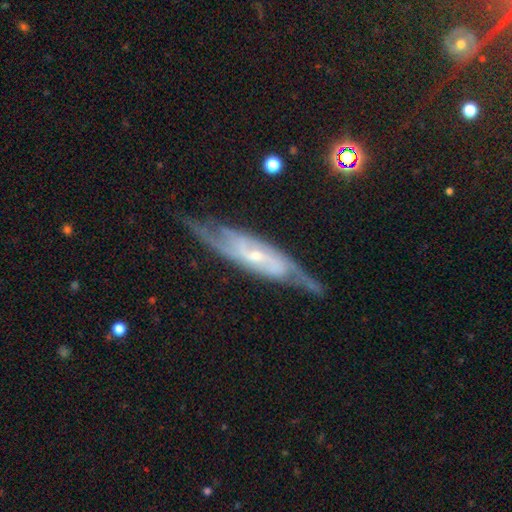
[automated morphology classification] type=featured or disk (86%); edge-on=no (73%); bar=weak (45%); spiral arms=yes (95%); winding=medium (45%); arm count=2 (67%); bulge=small (65%); merging=none (71%).